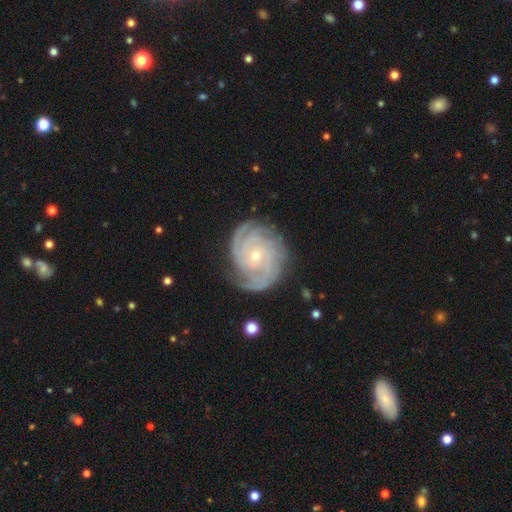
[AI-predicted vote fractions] smooth_or_featured: featured or disk (p=0.90) [alt: star or artifact p=0.05]
disk_edge_on: no (p=0.97) [alt: yes p=0.03]
bar: no (p=0.71) [alt: weak p=0.23]
has_spiral_arms: yes (p=0.98) [alt: no p=0.02]
spiral_winding: tight (p=0.78) [alt: medium p=0.19]
spiral_arm_count: 3 (p=0.29) [alt: 4 p=0.22]
bulge_size: small (p=0.75) [alt: moderate p=0.23]
merging: none (p=0.78) [alt: minor disturbance p=0.15]